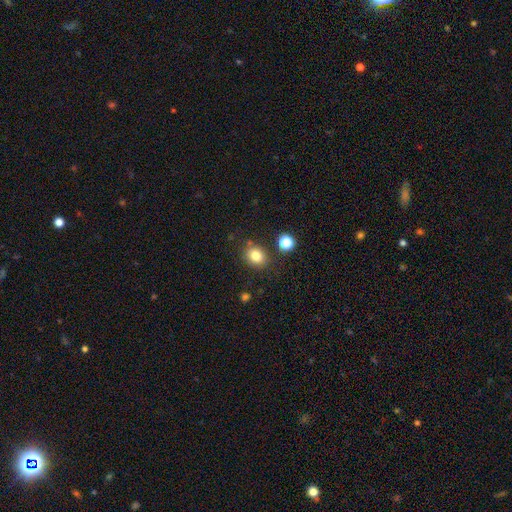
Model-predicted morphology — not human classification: smooth-or-featured: smooth: 81% | star or artifact: 12% | featured or disk: 7%
  how-rounded: round: 60% | in between: 39% | cigar-shaped: 1%
  merging: none: 80% | minor disturbance: 11% | merger: 6% | major disturbance: 3%